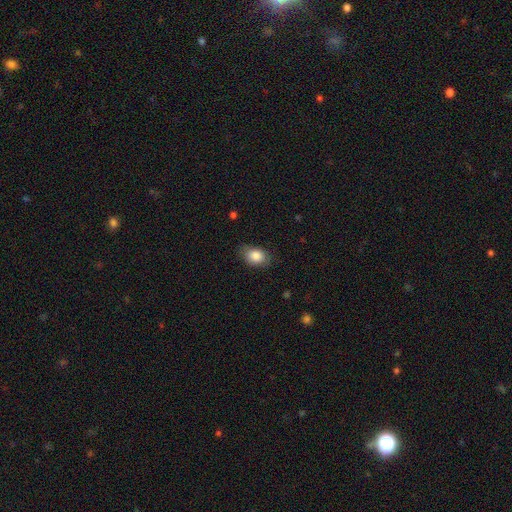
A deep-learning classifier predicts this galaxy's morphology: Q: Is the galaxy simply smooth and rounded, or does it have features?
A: smooth — 86%.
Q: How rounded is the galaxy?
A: in between — 76%.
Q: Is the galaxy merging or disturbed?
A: none — 76%.